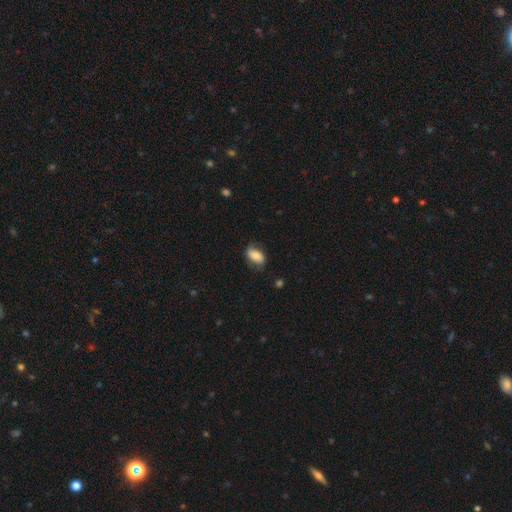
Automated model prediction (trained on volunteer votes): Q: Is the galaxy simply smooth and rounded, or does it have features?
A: smooth — 68%.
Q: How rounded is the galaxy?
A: in between — 90%.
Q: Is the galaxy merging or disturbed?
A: none — 64%.